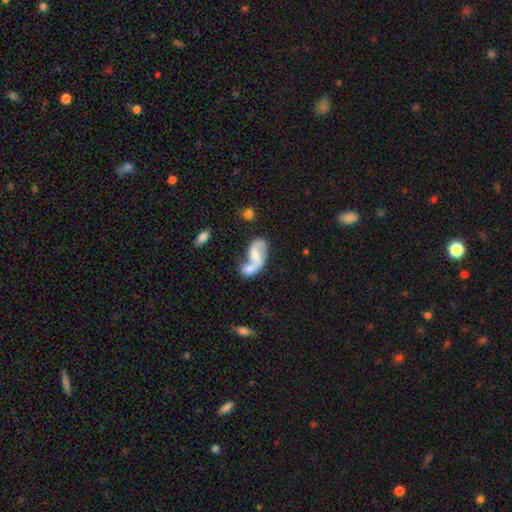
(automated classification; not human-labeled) This is likely a featured or disk galaxy (68%). It is clearly not viewed edge-on (96%). Bar: possibly no (52%). Spiral arm pattern: clearly yes (85%). Spiral arm count: clearly 2 (80%). Spiral winding: possibly loose (60%). Central bulge: marginally moderate (36%). Merging: possibly merger (55%).